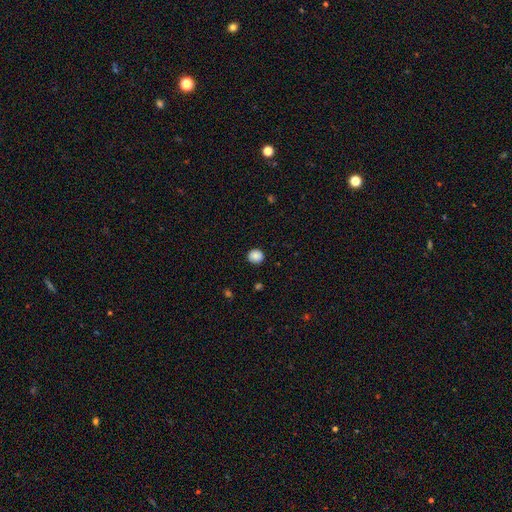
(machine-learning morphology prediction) Smooth or featured?
  - smooth: 87% *
  - star or artifact: 9%
  - featured or disk: 4%
How rounded?
  - round: 87% *
  - in between: 12%
  - cigar-shaped: 1%
Merging?
  - none: 89% *
  - minor disturbance: 8%
  - major disturbance: 2%
  - merger: 1%